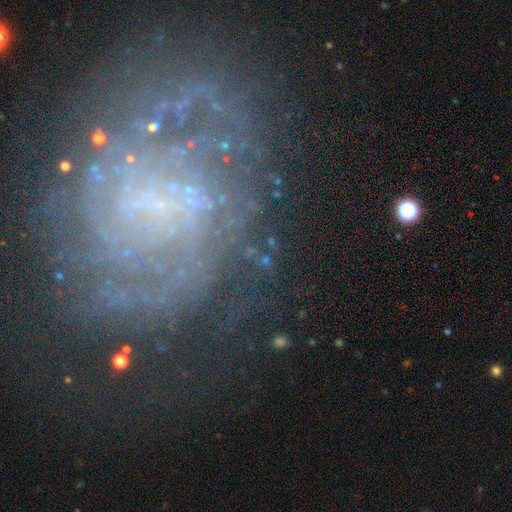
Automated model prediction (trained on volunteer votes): smooth_or_featured: featured or disk (p=0.78) [alt: star or artifact p=0.12]
disk_edge_on: no (p=0.98) [alt: yes p=0.02]
bar: no (p=0.51) [alt: weak p=0.37]
has_spiral_arms: yes (p=0.86) [alt: no p=0.14]
spiral_winding: tight (p=0.55) [alt: medium p=0.32]
spiral_arm_count: can't tell (p=0.42) [alt: 2 p=0.22]
bulge_size: none (p=0.45) [alt: small p=0.40]
merging: none (p=0.66) [alt: minor disturbance p=0.17]